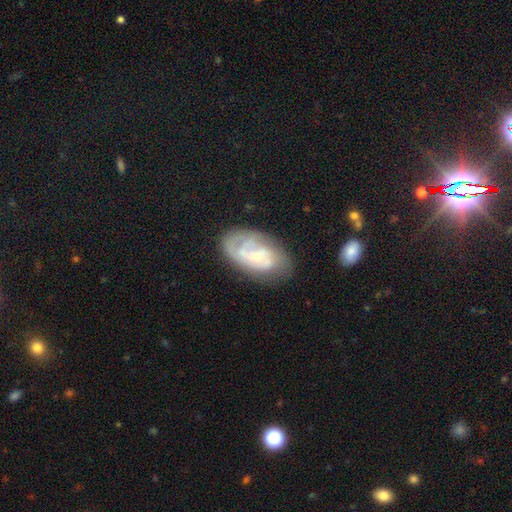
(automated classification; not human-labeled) Smooth or featured: featured or disk — 72% (smooth — 21%)
Edge-on disk: no — 96% (yes — 4%)
Bar: no — 60% (weak — 34%)
Spiral arms: yes — 87% (no — 13%)
Spiral winding: tight — 51% (medium — 36%)
Spiral arm count: can't tell — 37% (2 — 33%)
Bulge size: small — 67% (moderate — 24%)
Merging: none — 66% (minor disturbance — 21%)